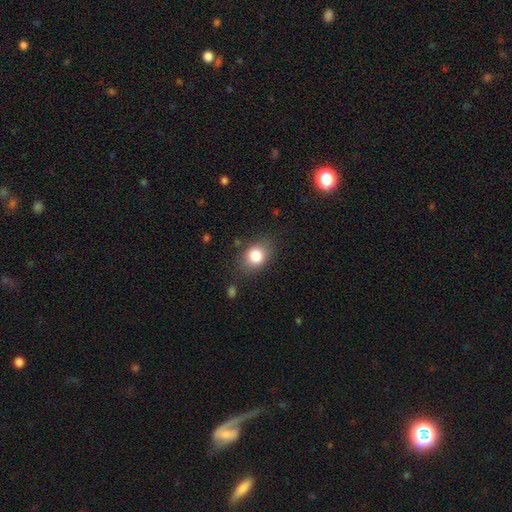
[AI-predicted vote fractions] A smooth galaxy with no disk features (81%) that is in between round and cigar-shaped (60%). Merging: none (78%).